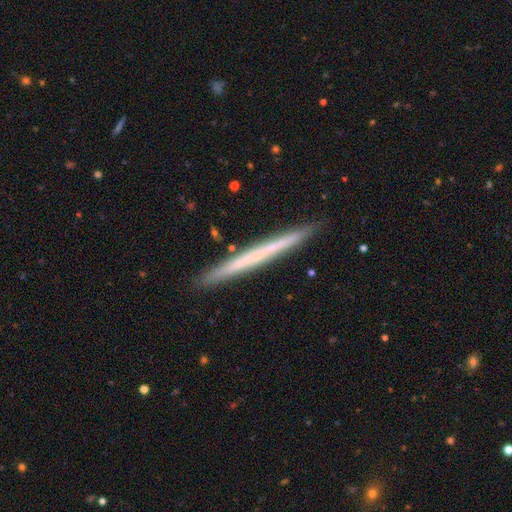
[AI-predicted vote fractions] A featured or disk galaxy (48%).

Vote fractions:
- Smooth or featured? featured or disk: 48% / smooth: 46% / star or artifact: 6%
- Merging? none: 91% / minor disturbance: 6% / merger: 1% / major disturbance: 1%